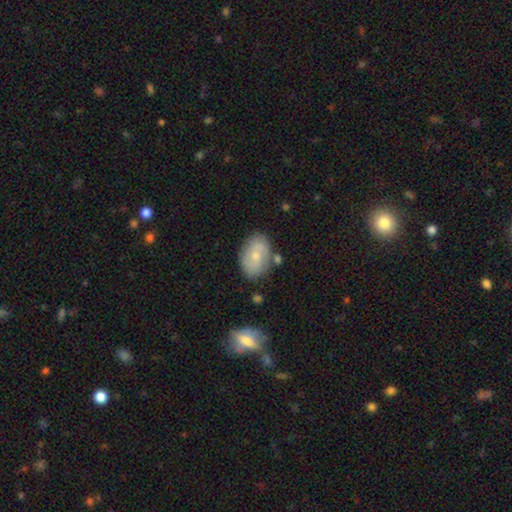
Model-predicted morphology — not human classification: Smooth or featured: smooth — 57% (featured or disk — 36%)
How rounded: in between — 84% (round — 14%)
Merging: none — 72% (minor disturbance — 17%)